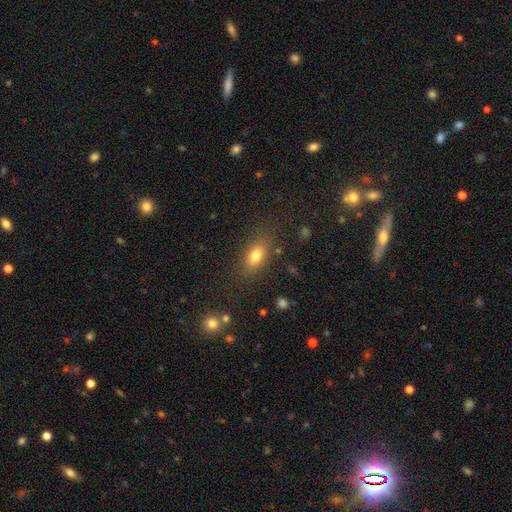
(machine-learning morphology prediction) Smooth or featured? Predicted: smooth (p=0.77). How rounded? Predicted: in between (p=0.82). Merging? Predicted: none (p=0.80).